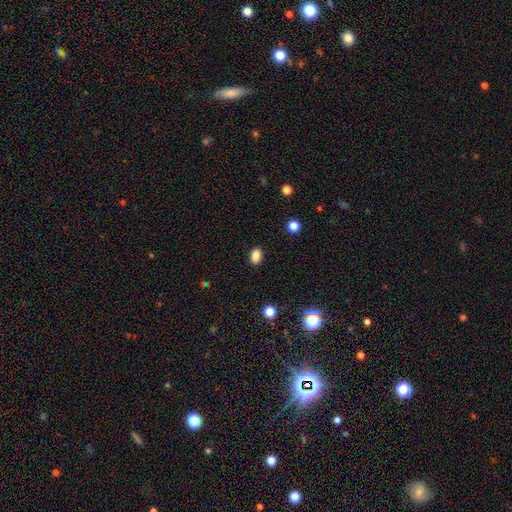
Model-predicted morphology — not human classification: Smooth or featured? smooth (86%)
How rounded? in between (83%)
Merging? none (89%)